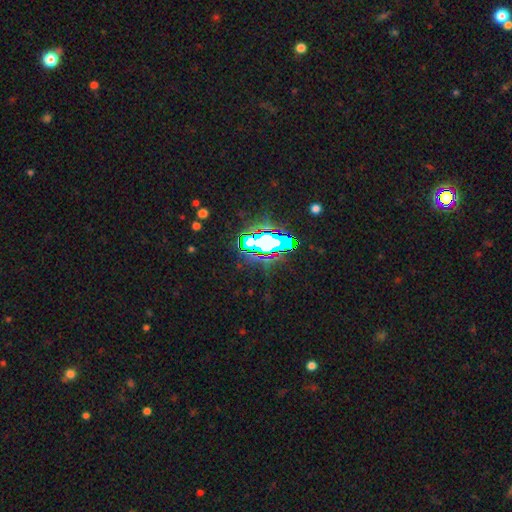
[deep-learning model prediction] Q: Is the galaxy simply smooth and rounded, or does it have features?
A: star or artifact — 73%.